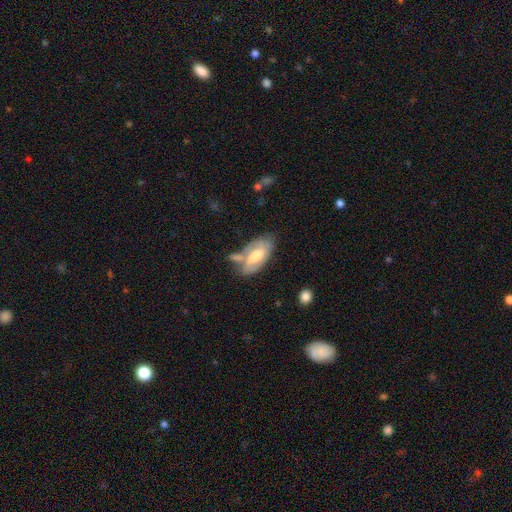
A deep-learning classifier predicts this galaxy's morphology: smooth-or-featured: featured or disk: 52% | smooth: 41% | star or artifact: 7%
  disk-edge-on: no: 87% | yes: 13%
  merging: none: 46% | minor disturbance: 26% | merger: 17% | major disturbance: 11%